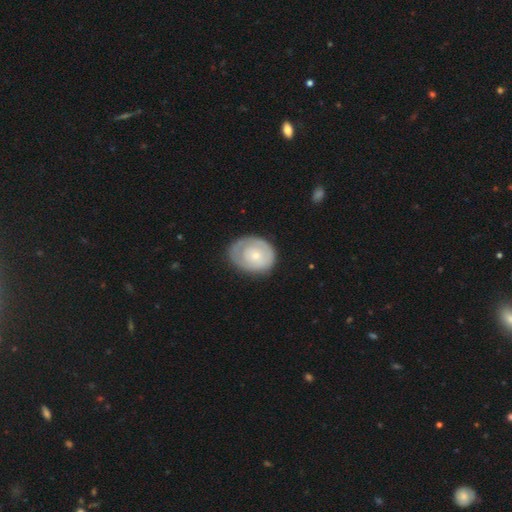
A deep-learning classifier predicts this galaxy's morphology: A featured or disk galaxy (48%). Merging: none (66%).